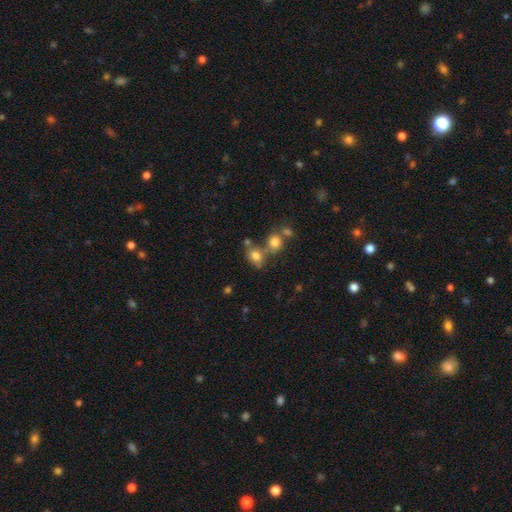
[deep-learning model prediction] smooth_or_featured: smooth (p=0.77) [alt: star or artifact p=0.13]
how_rounded: in between (p=0.60) [alt: round p=0.39]
merging: none (p=0.47) [alt: merger p=0.32]